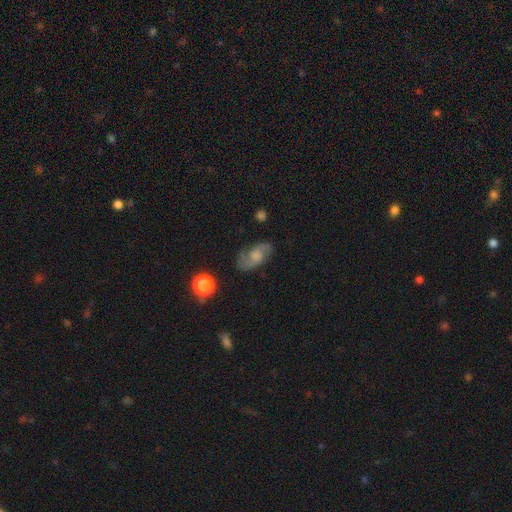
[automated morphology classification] This is likely a featured or disk galaxy (64%). It is clearly not viewed edge-on (95%). Bar: likely no (61%). Spiral arm pattern: clearly yes (91%). Spiral arm count: clearly 2 (87%). Spiral winding: possibly medium (46%). Central bulge: marginally moderate (33%). Merging: likely none (70%).